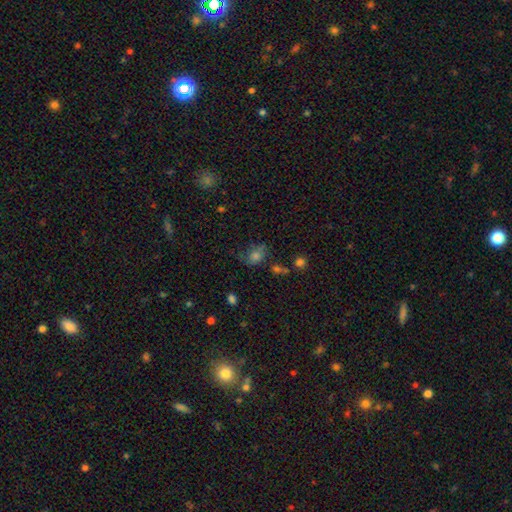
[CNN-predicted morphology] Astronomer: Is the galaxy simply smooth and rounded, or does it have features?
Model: smooth — 65%.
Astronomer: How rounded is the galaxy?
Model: in between — 59% (runner-up: round, 39%).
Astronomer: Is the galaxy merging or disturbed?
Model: none — 50% (runner-up: minor disturbance, 26%).